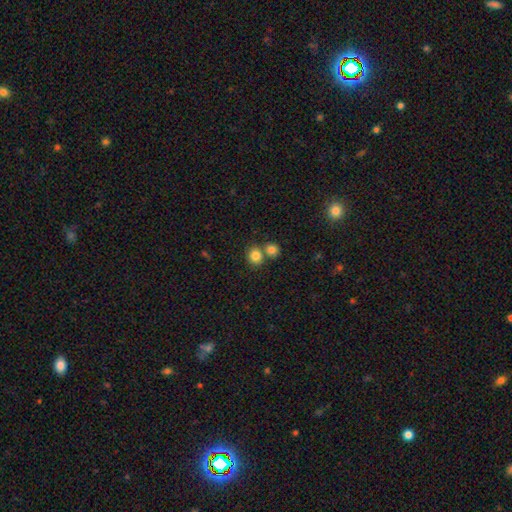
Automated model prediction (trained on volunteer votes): Smooth or featured: smooth — 83% (star or artifact — 11%)
How rounded: round — 81% (in between — 18%)
Merging: none — 59% (merger — 31%)